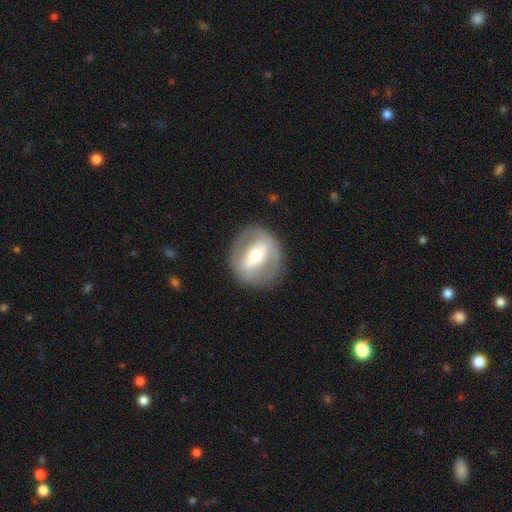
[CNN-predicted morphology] smooth_or_featured: featured or disk (p=0.66) [alt: smooth p=0.28]
disk_edge_on: no (p=0.90) [alt: yes p=0.10]
bar: strong (p=0.58) [alt: weak p=0.27]
has_spiral_arms: no (p=0.64) [alt: yes p=0.36]
bulge_size: moderate (p=0.61) [alt: small p=0.27]
merging: none (p=0.82) [alt: minor disturbance p=0.11]